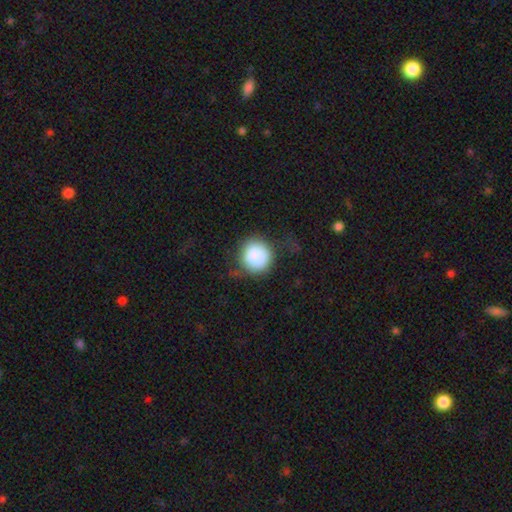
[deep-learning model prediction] A smooth galaxy with no disk features (81%) that is round (87%).

Vote fractions:
- Smooth or featured? smooth: 81% / featured or disk: 11% / star or artifact: 8%
- How rounded? round: 87% / in between: 12% / cigar-shaped: 1%
- Merging? none: 52% / minor disturbance: 28% / major disturbance: 16% / merger: 5%